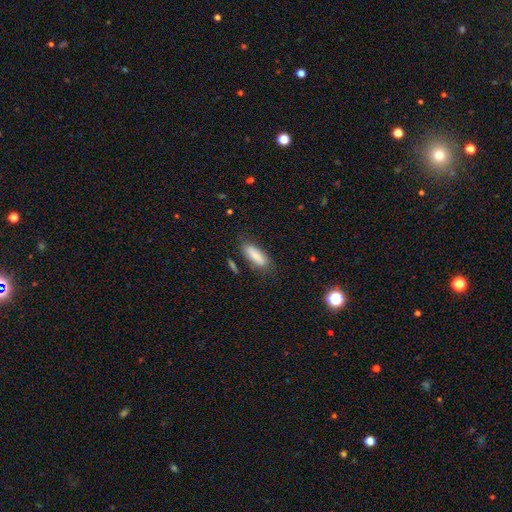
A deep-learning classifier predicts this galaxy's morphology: The model was most divided on "how rounded": in between: 58%, cigar-shaped: 40%, round: 2%. More confident: smooth or featured — smooth (83%); merging — none (74%).